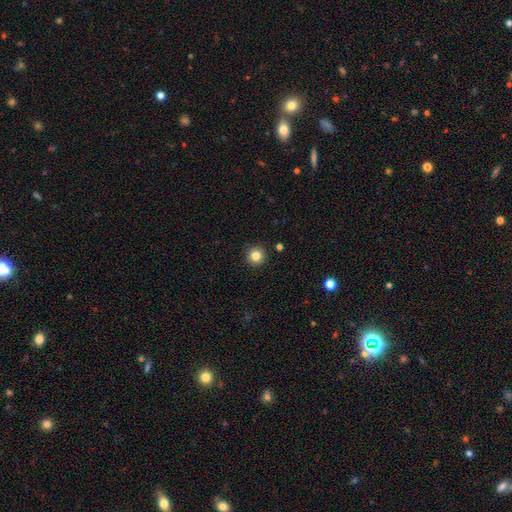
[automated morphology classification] A smooth galaxy with no disk features (84%) that is round (96%). Merging: none (92%).